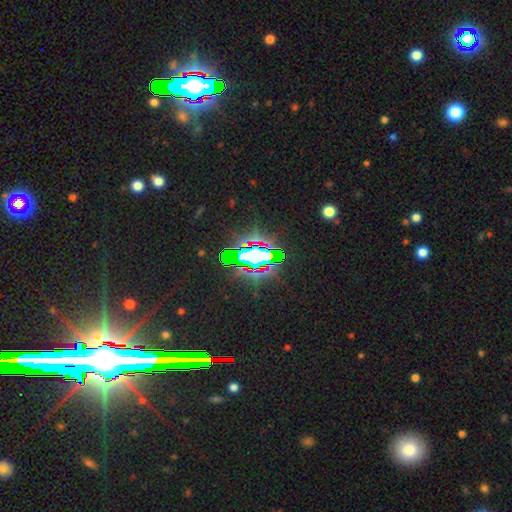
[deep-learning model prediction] A star or artifact, not a galaxy (67%).

Vote fractions:
- Smooth or featured? star or artifact: 67% / smooth: 17% / featured or disk: 16%